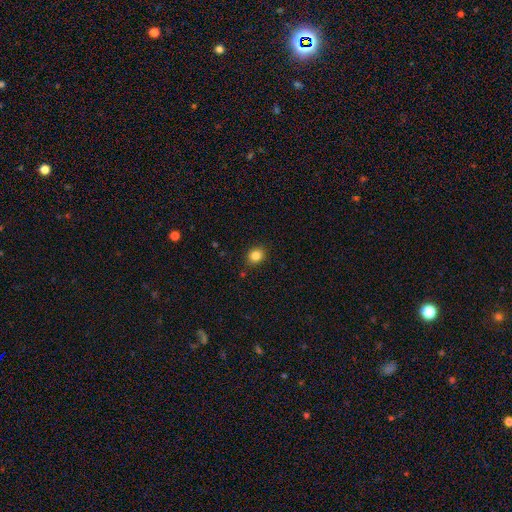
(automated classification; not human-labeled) Q: Smooth or featured?
A: smooth (84%); runner-up: star or artifact (11%)
Q: How rounded?
A: round (66%); runner-up: in between (34%)
Q: Merging?
A: none (89%); runner-up: minor disturbance (8%)